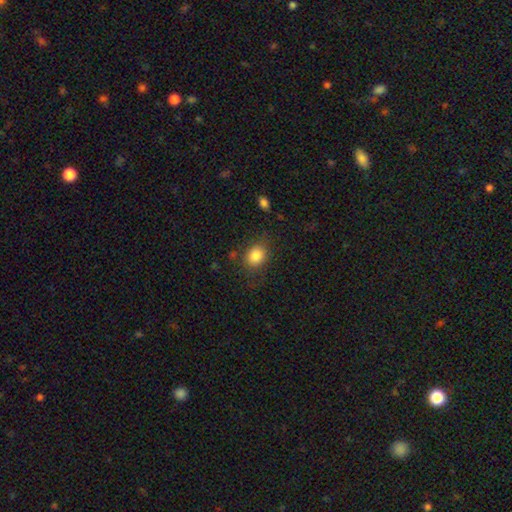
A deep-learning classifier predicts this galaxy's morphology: Smooth or featured?
  - smooth: 84% *
  - star or artifact: 9%
  - featured or disk: 7%
How rounded?
  - round: 50% *
  - in between: 49%
  - cigar-shaped: 1%
Merging?
  - none: 75% *
  - minor disturbance: 17%
  - major disturbance: 7%
  - merger: 2%